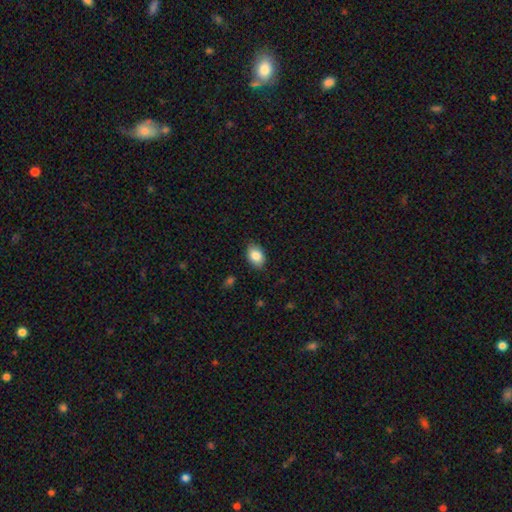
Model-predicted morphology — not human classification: smooth-or-featured: smooth: 86% | star or artifact: 7% | featured or disk: 7%
  how-rounded: in between: 85% | round: 14% | cigar-shaped: 1%
  merging: none: 85% | minor disturbance: 11% | major disturbance: 2% | merger: 1%